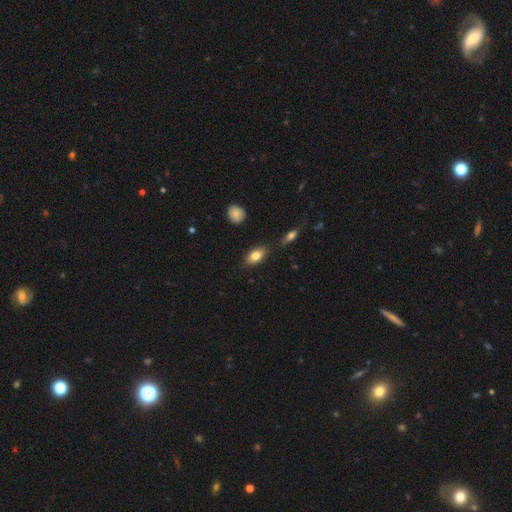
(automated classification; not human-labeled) A smooth galaxy with no disk features (79%) that is in between round and cigar-shaped (87%). Merging: none (76%).